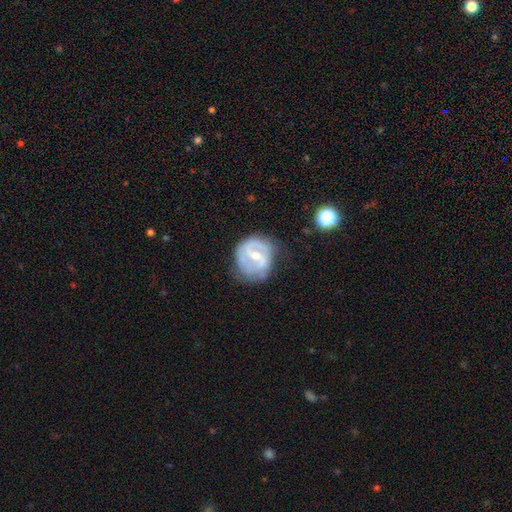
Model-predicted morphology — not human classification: smooth-or-featured: featured or disk: 75% | smooth: 19% | star or artifact: 6%
  disk-edge-on: no: 97% | yes: 3%
    bar: weak: 49% | strong: 28% | no: 23%
    has-spiral-arms: yes: 74% | no: 26%
      spiral-winding: medium: 42% | tight: 39% | loose: 20%
      spiral-arm-count: 2: 65% | can't tell: 21% | 1: 6% | 3: 5% | 4: 1% | more than 4: 1%
    bulge-size: moderate: 51% | small: 45% | large: 2% | none: 1% | dominant: 1%
  merging: none: 58% | minor disturbance: 28% | major disturbance: 12% | merger: 2%